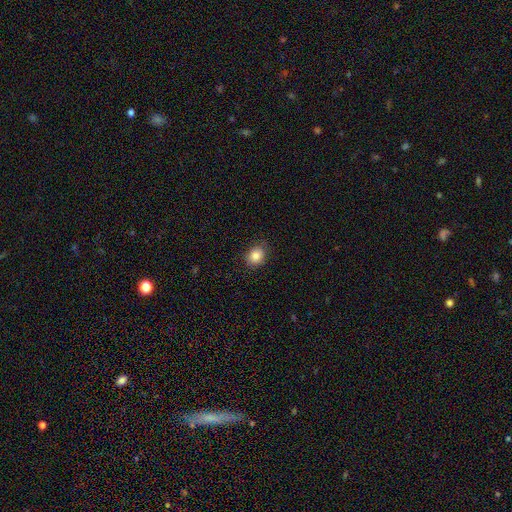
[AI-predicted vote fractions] Q: Smooth or featured?
A: smooth (86%); runner-up: star or artifact (9%)
Q: How rounded?
A: round (53%); runner-up: in between (46%)
Q: Merging?
A: none (83%); runner-up: minor disturbance (13%)